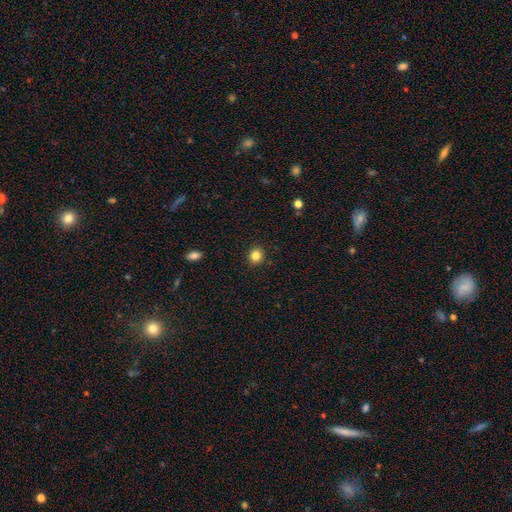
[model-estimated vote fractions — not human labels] This appears to be a smooth galaxy with no disk features (84%) that is round (81%). Merging: none (92%).